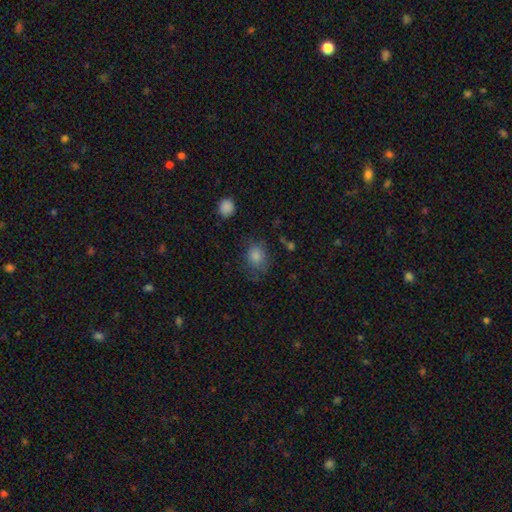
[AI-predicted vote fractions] This is likely a smooth galaxy (79%). How rounded: possibly round (57%). Merging: likely none (68%).